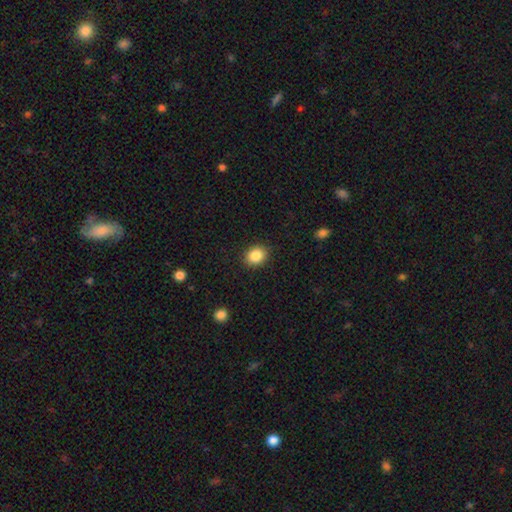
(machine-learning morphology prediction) This is clearly a smooth galaxy (87%). How rounded: possibly round (57%). Merging: clearly none (89%).